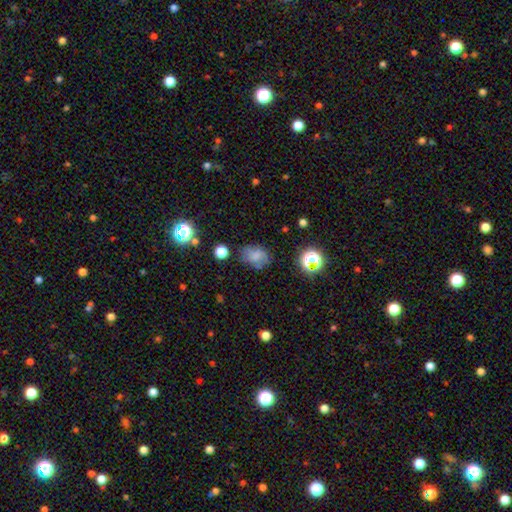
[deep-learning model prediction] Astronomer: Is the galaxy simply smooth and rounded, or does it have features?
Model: smooth — 69%.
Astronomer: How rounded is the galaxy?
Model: in between — 63%.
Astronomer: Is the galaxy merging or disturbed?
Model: none — 63%.